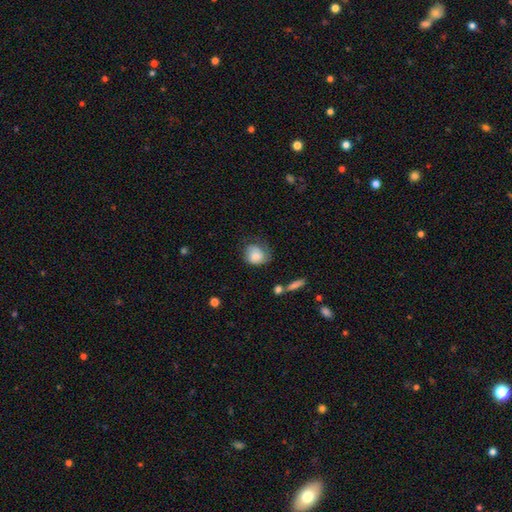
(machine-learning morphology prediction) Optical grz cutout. It shows a smooth galaxy with no disk features (72%) that is round (61%). Merging: none (44%).